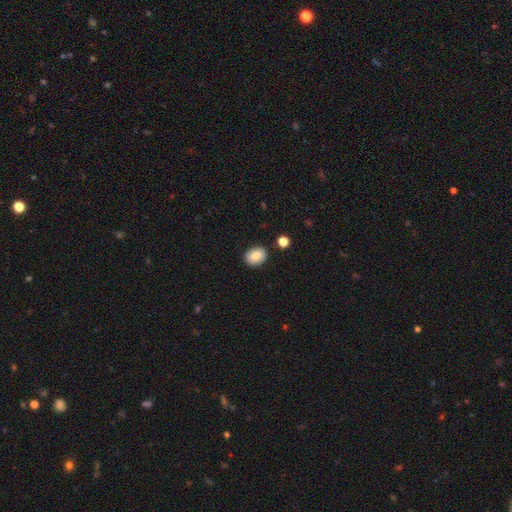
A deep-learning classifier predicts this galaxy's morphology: Smooth or featured? Predicted: smooth (p=0.78). How rounded? Predicted: in between (p=0.55). Merging? Predicted: none (p=0.87).